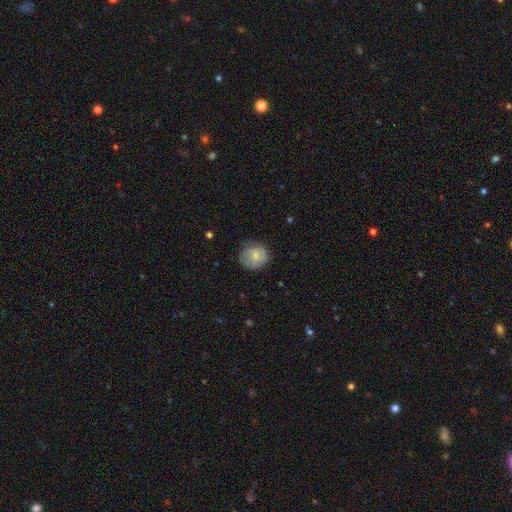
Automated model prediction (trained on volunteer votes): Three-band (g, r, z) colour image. It shows a smooth galaxy with no disk features (79%) that is round (83%). Merging: none (73%).